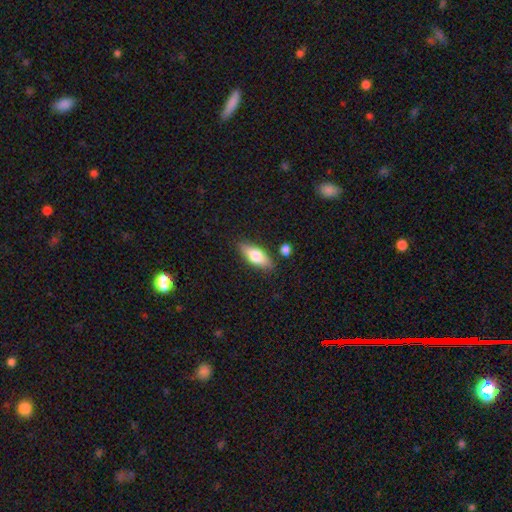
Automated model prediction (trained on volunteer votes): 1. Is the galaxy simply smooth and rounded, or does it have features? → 68% smooth, 25% featured or disk, 7% star or artifact.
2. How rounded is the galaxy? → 72% in between, 25% cigar-shaped, 3% round.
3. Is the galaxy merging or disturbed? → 80% none, 13% minor disturbance, 5% merger, 3% major disturbance.